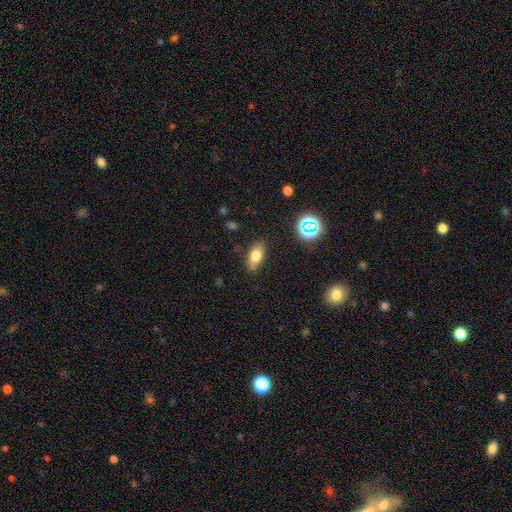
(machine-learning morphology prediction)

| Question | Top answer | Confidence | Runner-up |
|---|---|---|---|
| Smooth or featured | smooth | 74% | featured or disk (15%) |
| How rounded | in between | 85% | cigar-shaped (9%) |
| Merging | none | 84% | minor disturbance (12%) |